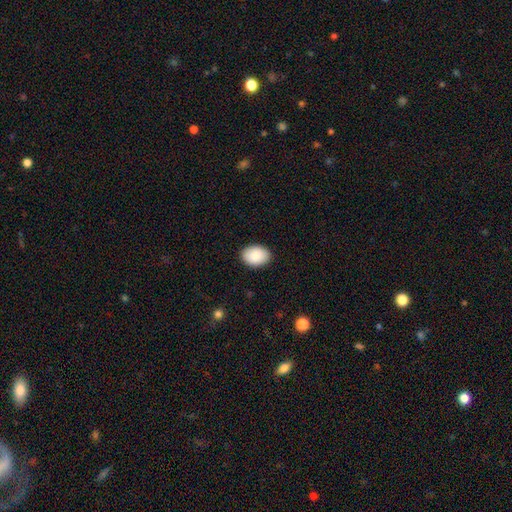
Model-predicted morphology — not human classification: smooth 87%, featured or disk 7%, star or artifact 6%. Down the decision tree: how rounded — in between (81%); merging — none (89%).